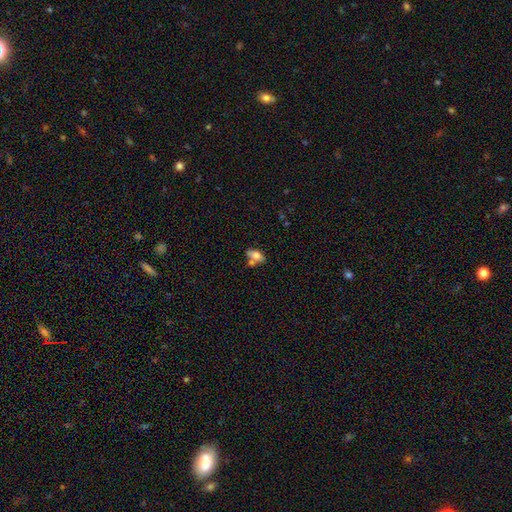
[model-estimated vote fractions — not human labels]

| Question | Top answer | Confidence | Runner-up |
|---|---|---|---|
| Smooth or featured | smooth | 69% | featured or disk (23%) |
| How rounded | in between | 85% | cigar-shaped (8%) |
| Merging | none | 48% | merger (30%) |